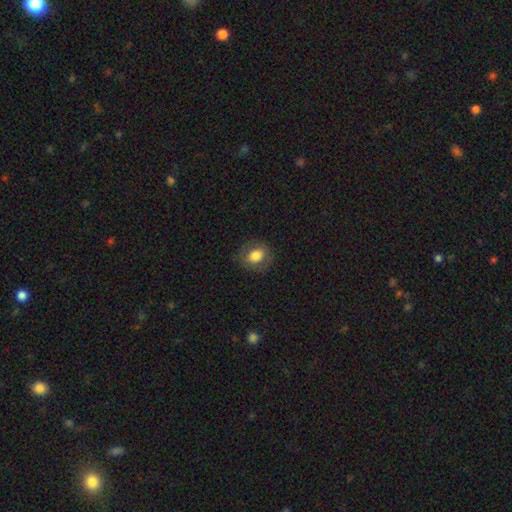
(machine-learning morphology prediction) smooth-or-featured: smooth: 79% | featured or disk: 13% | star or artifact: 9%
  how-rounded: round: 52% | in between: 46% | cigar-shaped: 1%
  merging: none: 82% | minor disturbance: 12% | major disturbance: 4% | merger: 1%